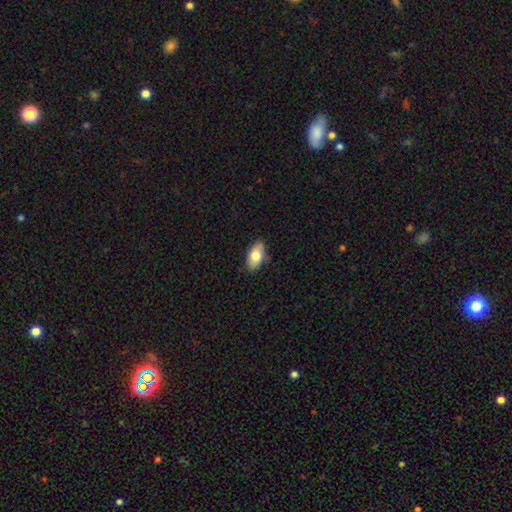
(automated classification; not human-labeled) Q: Smooth or featured?
A: smooth (78%); runner-up: featured or disk (16%)
Q: How rounded?
A: in between (92%); runner-up: cigar-shaped (4%)
Q: Merging?
A: none (80%); runner-up: minor disturbance (16%)